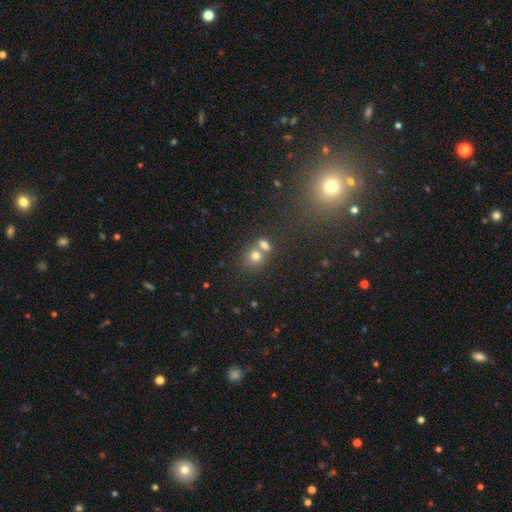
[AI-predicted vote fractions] The model was most divided on "merging": merger: 48%, none: 40%, minor disturbance: 8%, major disturbance: 4%. More confident: smooth or featured — smooth (73%); how rounded — round (71%).